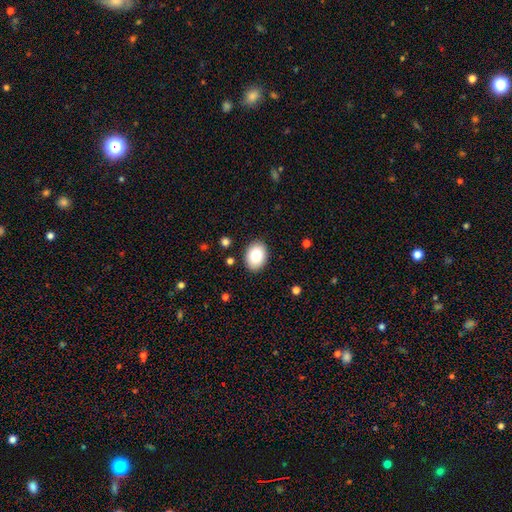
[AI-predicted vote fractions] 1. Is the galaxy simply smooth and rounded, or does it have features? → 81% smooth, 11% featured or disk, 8% star or artifact.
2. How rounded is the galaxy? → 72% in between, 28% round, 1% cigar-shaped.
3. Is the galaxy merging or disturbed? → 89% none, 8% minor disturbance, 2% major disturbance, 1% merger.